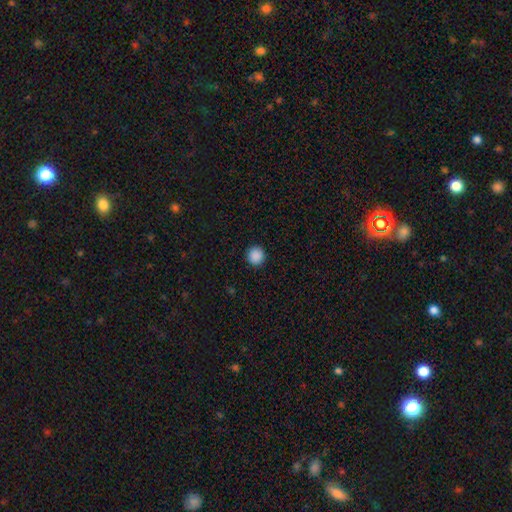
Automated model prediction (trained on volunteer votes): The model was most divided on "smooth or featured": smooth: 89%, star or artifact: 9%, featured or disk: 2%. More confident: how rounded — round (95%); merging — none (93%).